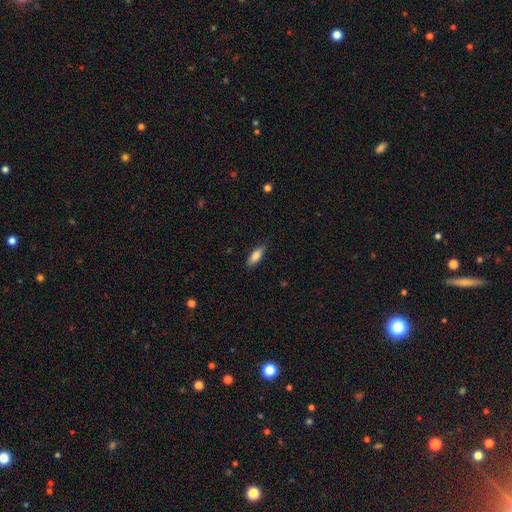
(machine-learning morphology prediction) A smooth galaxy with no disk features (83%) that is in between round and cigar-shaped (63%). Merging: none (82%).